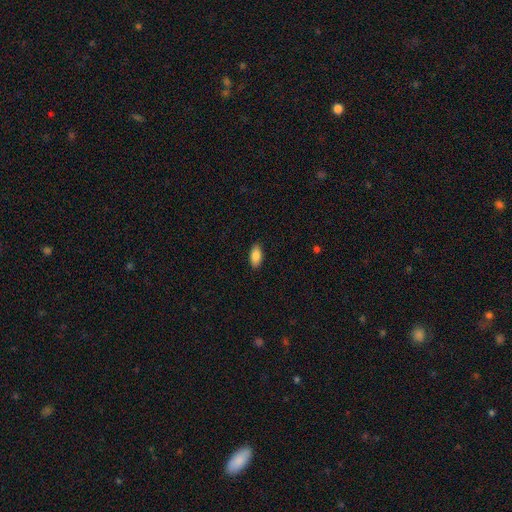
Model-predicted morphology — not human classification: Smooth or featured? Predicted: smooth (p=0.87). How rounded? Predicted: in between (p=0.91). Merging? Predicted: none (p=0.88).